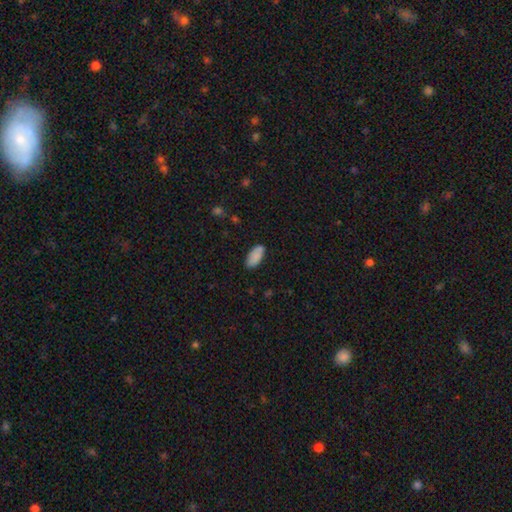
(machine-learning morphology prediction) type=smooth (88%); roundness=in between (92%); merging=none (82%).